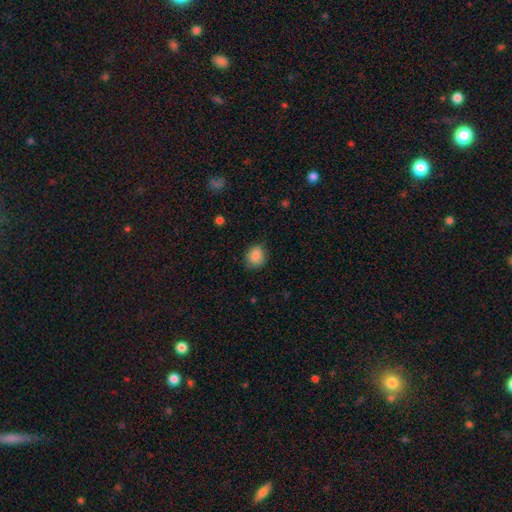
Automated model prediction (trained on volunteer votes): smooth_or_featured: smooth (p=0.87) [alt: star or artifact p=0.09]
how_rounded: round (p=0.71) [alt: in between p=0.28]
merging: none (p=0.79) [alt: minor disturbance p=0.16]